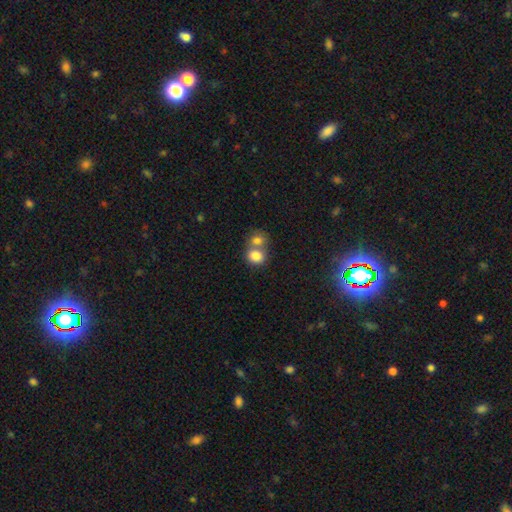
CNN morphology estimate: A smooth galaxy with no disk features (80%) that is round (64%).

Vote fractions:
- Smooth or featured? smooth: 80% / featured or disk: 10% / star or artifact: 9%
- How rounded? round: 64% / in between: 35% / cigar-shaped: 1%
- Merging? merger: 59% / none: 31% / minor disturbance: 7% / major disturbance: 3%